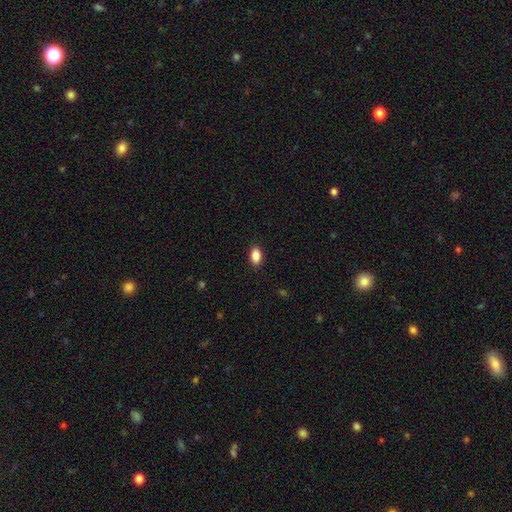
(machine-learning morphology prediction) smooth 88%, star or artifact 8%, featured or disk 4%. Down the decision tree: how rounded — in between (90%); merging — none (89%).